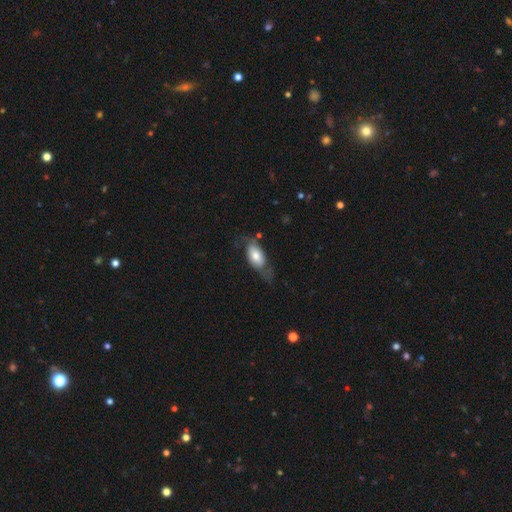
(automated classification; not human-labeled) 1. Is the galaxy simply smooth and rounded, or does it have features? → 56% smooth, 38% featured or disk, 6% star or artifact.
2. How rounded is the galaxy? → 86% in between, 8% cigar-shaped, 5% round.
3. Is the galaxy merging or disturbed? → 49% none, 26% minor disturbance, 22% major disturbance, 3% merger.